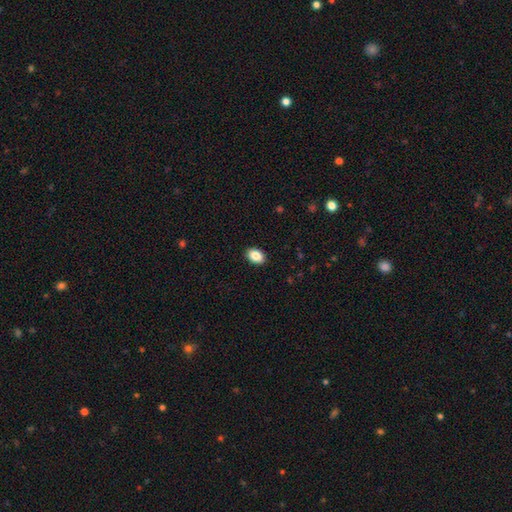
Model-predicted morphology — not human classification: This appears to be a smooth galaxy with no disk features (87%) that is in between round and cigar-shaped (86%). Merging: none (90%).